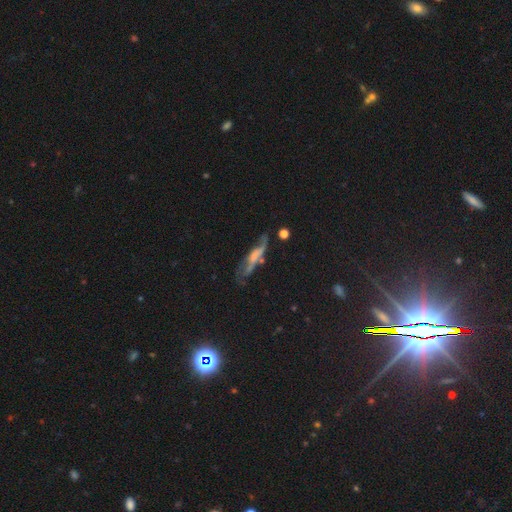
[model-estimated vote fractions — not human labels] Morphology: type=featured or disk (57%); edge-on=no (61%); merging=none (39%).